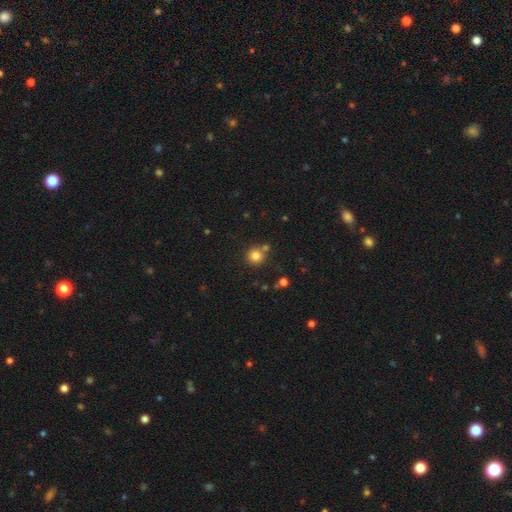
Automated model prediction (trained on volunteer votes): Morphology: type=smooth (81%); roundness=round (93%); merging=none (72%).